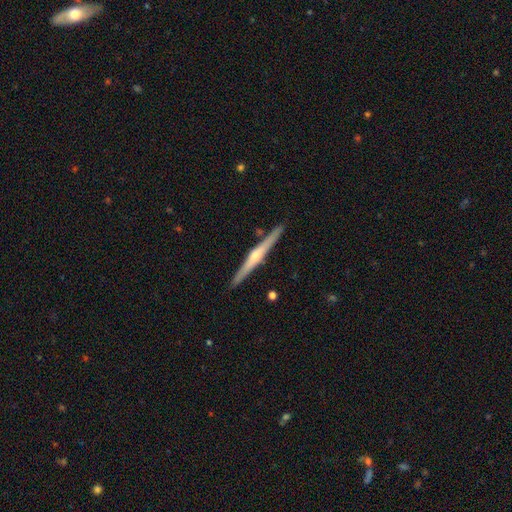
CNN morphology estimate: smooth-or-featured: featured or disk: 74% | smooth: 21% | star or artifact: 5%
  disk-edge-on: yes: 98% | no: 2%
    edge-on-bulge: rounded: 80% | none: 13% | boxy: 7%
  merging: none: 90% | minor disturbance: 7% | merger: 2% | major disturbance: 1%